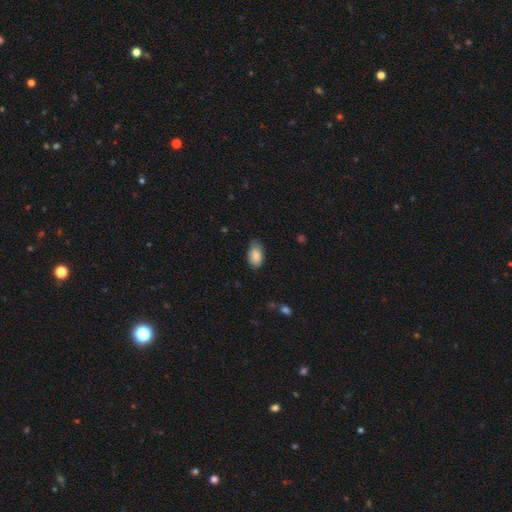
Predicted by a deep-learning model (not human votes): Q: Smooth or featured?
A: smooth (87%); runner-up: star or artifact (7%)
Q: How rounded?
A: in between (92%); runner-up: round (6%)
Q: Merging?
A: none (63%); runner-up: minor disturbance (31%)